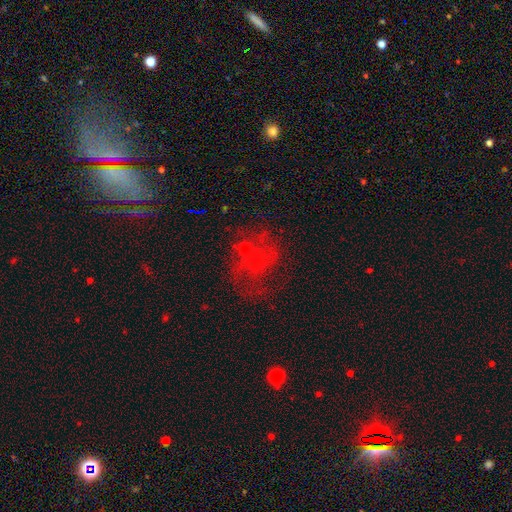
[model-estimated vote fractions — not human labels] Smooth or featured? featured or disk (37%)
Merging? none (54%)